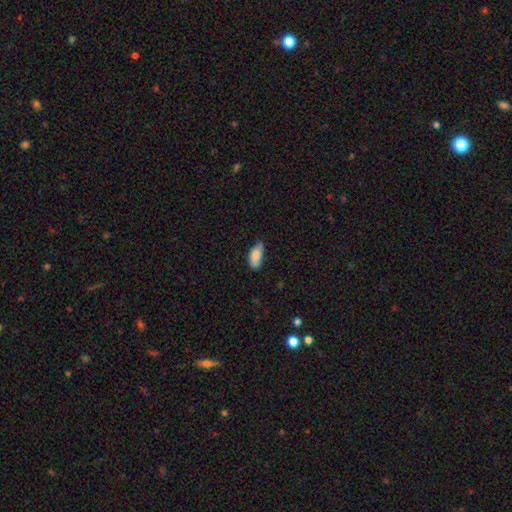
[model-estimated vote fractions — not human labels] smooth-or-featured: smooth: 84% | featured or disk: 9% | star or artifact: 7%
  how-rounded: in between: 88% | cigar-shaped: 10% | round: 2%
  merging: none: 56% | minor disturbance: 35% | major disturbance: 6% | merger: 2%